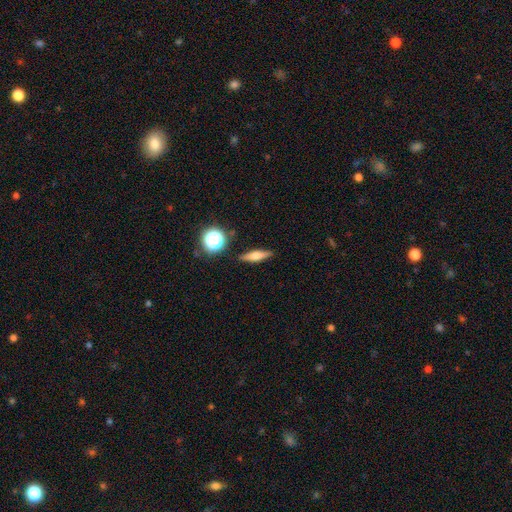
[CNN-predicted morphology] Smooth or featured? Predicted: smooth (p=0.51). How rounded? Predicted: cigar-shaped (p=0.63). Merging? Predicted: none (p=0.87).